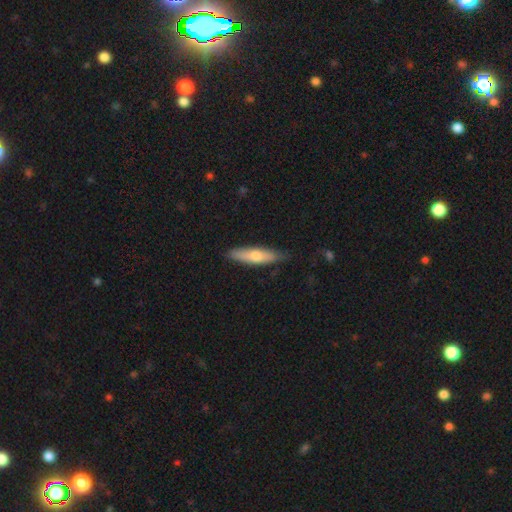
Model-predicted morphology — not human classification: smooth 60%, featured or disk 35%, star or artifact 6%. Down the decision tree: how rounded — cigar-shaped (75%); merging — none (84%).